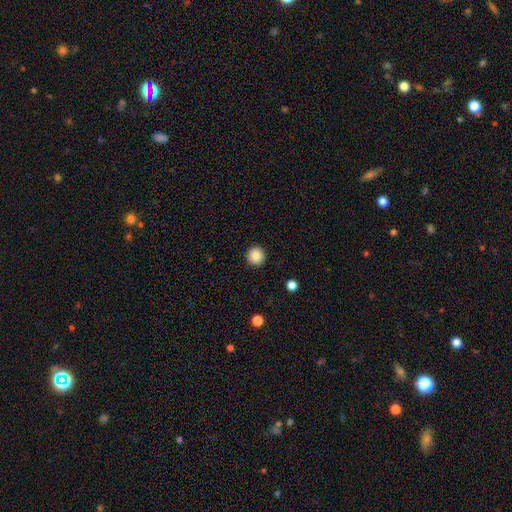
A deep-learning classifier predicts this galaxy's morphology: The model was most divided on "smooth or featured": smooth: 87%, star or artifact: 9%, featured or disk: 4%. More confident: how rounded — round (95%); merging — none (93%).